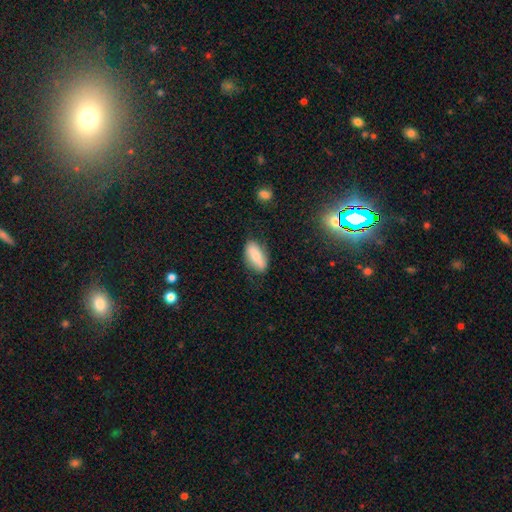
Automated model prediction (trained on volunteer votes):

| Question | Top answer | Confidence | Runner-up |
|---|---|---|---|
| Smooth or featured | smooth | 68% | featured or disk (25%) |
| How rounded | in between | 81% | cigar-shaped (16%) |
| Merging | none | 75% | minor disturbance (18%) |